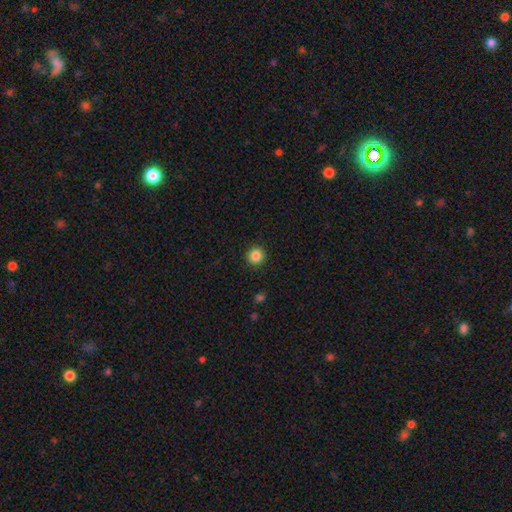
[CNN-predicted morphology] smooth-or-featured: smooth: 85% | star or artifact: 10% | featured or disk: 4%
  how-rounded: round: 94% | in between: 6% | cigar-shaped: 1%
  merging: none: 92% | minor disturbance: 5% | major disturbance: 2% | merger: 1%